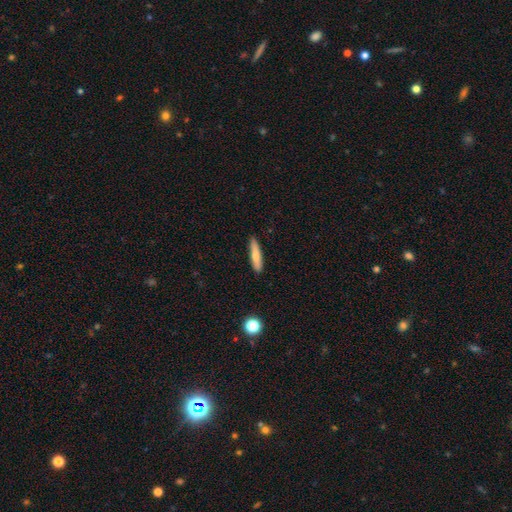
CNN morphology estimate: A smooth galaxy with no disk features (74%) that is cigar-shaped (85%).

Vote fractions:
- Smooth or featured? smooth: 74% / featured or disk: 20% / star or artifact: 6%
- How rounded? cigar-shaped: 85% / in between: 13% / round: 2%
- Merging? none: 88% / minor disturbance: 9% / major disturbance: 2% / merger: 1%